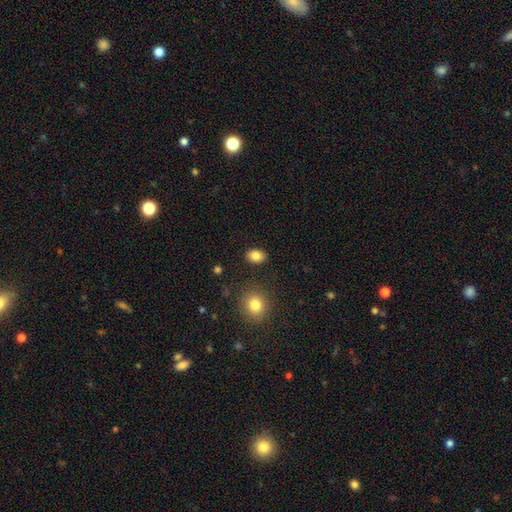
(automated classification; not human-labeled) This appears to be a smooth galaxy with no disk features (85%) that is in between round and cigar-shaped (66%). Merging: none (87%).